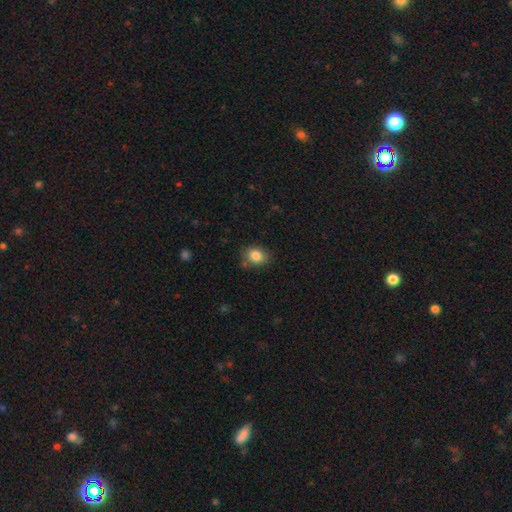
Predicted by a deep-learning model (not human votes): This appears to be a smooth galaxy with no disk features (84%) that is round (52%). Merging: none (75%).